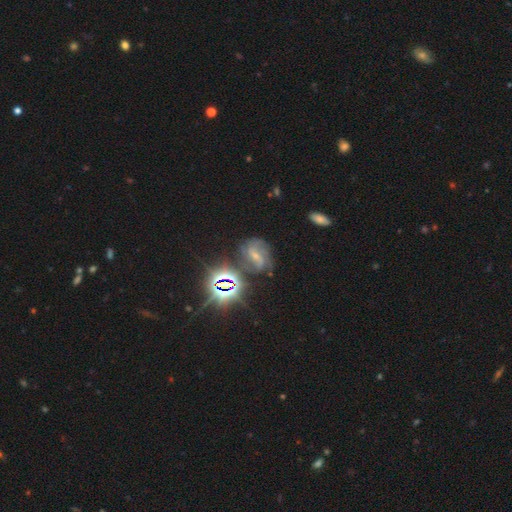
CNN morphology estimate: Smooth or featured: featured or disk — 62% (star or artifact — 24%)
Edge-on disk: no — 96% (yes — 4%)
Bar: weak — 44% (strong — 30%)
Spiral arms: yes — 90% (no — 10%)
Spiral winding: medium — 44% (loose — 35%)
Spiral arm count: 2 — 59% (can't tell — 17%)
Bulge size: small — 67% (moderate — 24%)
Merging: none — 60% (minor disturbance — 21%)